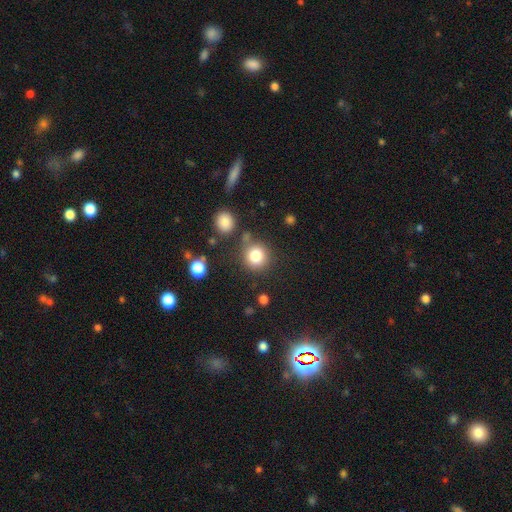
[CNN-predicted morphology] A smooth galaxy with no disk features (82%) that is round (91%).

Vote fractions:
- Smooth or featured? smooth: 82% / star or artifact: 11% / featured or disk: 7%
- How rounded? round: 91% / in between: 8% / cigar-shaped: 1%
- Merging? none: 76% / minor disturbance: 10% / merger: 10% / major disturbance: 4%